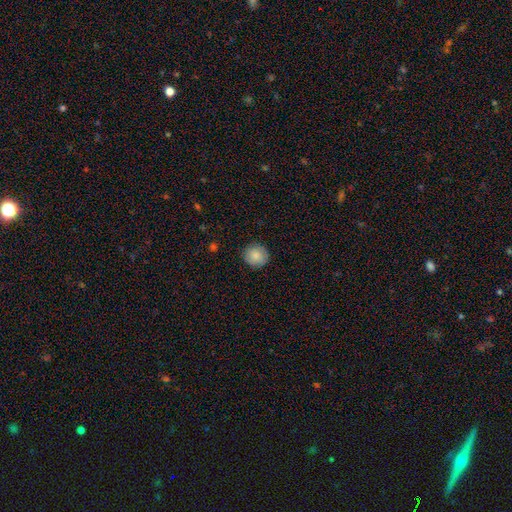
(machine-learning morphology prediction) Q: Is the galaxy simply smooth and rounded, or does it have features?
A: smooth — 85%.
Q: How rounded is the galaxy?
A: round — 92%.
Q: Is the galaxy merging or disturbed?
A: none — 89%.